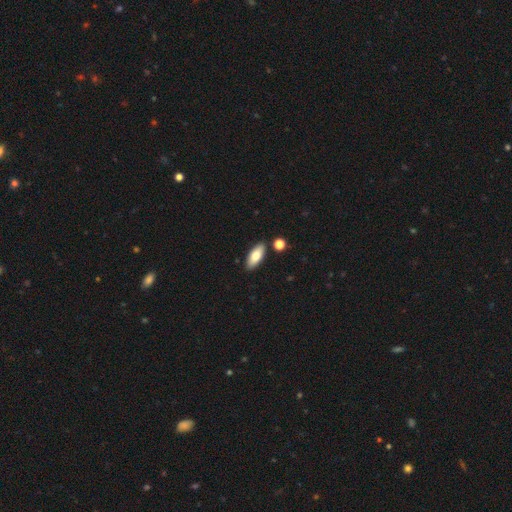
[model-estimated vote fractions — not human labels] smooth-or-featured: smooth: 79% | featured or disk: 15% | star or artifact: 6%
  how-rounded: in between: 82% | cigar-shaped: 15% | round: 2%
  merging: none: 86% | minor disturbance: 8% | merger: 4% | major disturbance: 2%